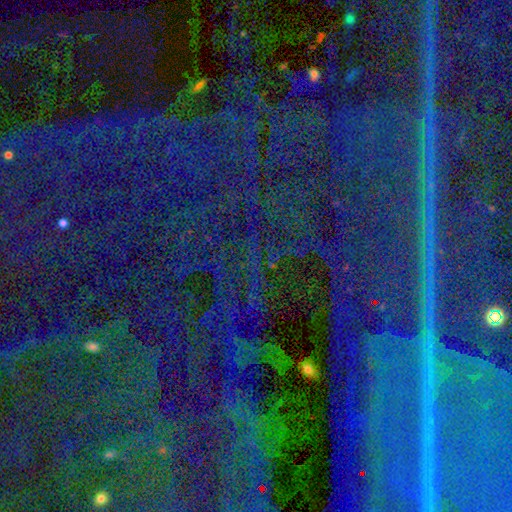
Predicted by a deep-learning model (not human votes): star or artifact 84%, smooth 8%, featured or disk 8%.